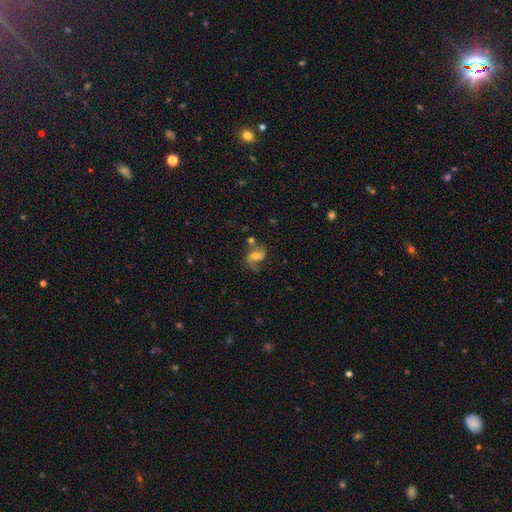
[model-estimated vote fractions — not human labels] The model was most divided on "bar": no: 49%, weak: 35%, strong: 16%. More confident: edge-on disk — no (96%); spiral arms — yes (84%); bulge size — moderate (64%); smooth or featured — featured or disk (57%); merging — none (55%).